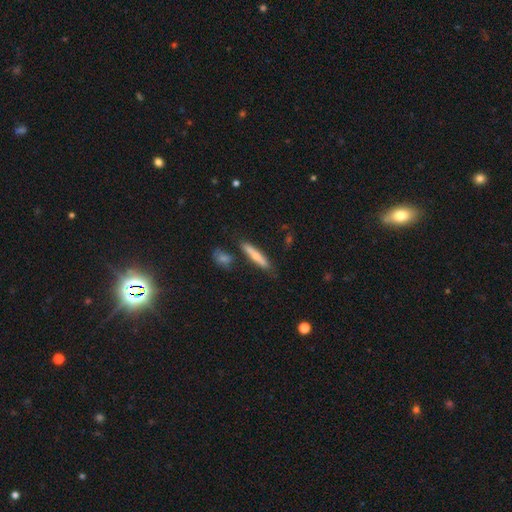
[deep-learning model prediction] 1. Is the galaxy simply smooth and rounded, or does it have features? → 59% smooth, 35% featured or disk, 6% star or artifact.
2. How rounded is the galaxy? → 88% cigar-shaped, 10% in between, 2% round.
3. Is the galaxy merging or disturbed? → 75% none, 14% minor disturbance, 7% merger, 4% major disturbance.